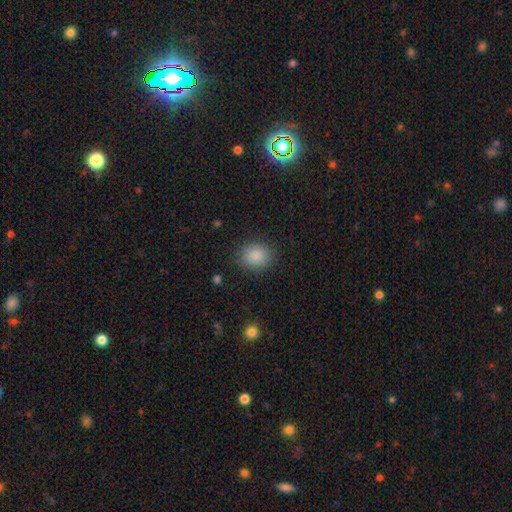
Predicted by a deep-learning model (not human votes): A smooth galaxy with no disk features (87%) that is round (60%). Merging: none (86%).